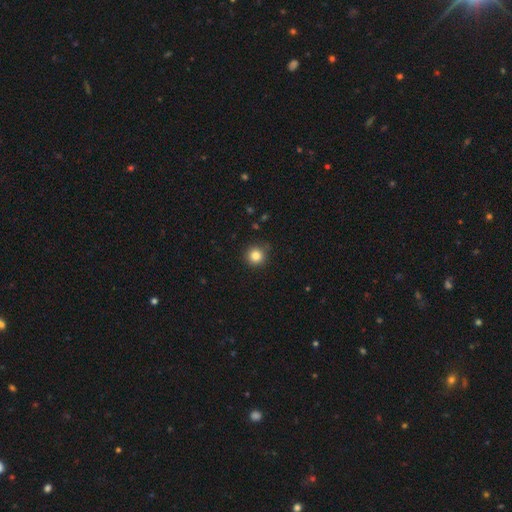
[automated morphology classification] This appears to be a smooth galaxy with no disk features (83%) that is round (95%). Merging: none (87%).